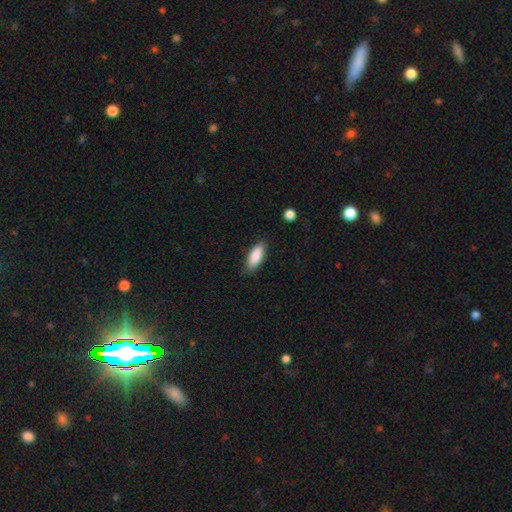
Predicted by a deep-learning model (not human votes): smooth 87%, featured or disk 6%, star or artifact 6%. Down the decision tree: how rounded — in between (73%); merging — none (82%).